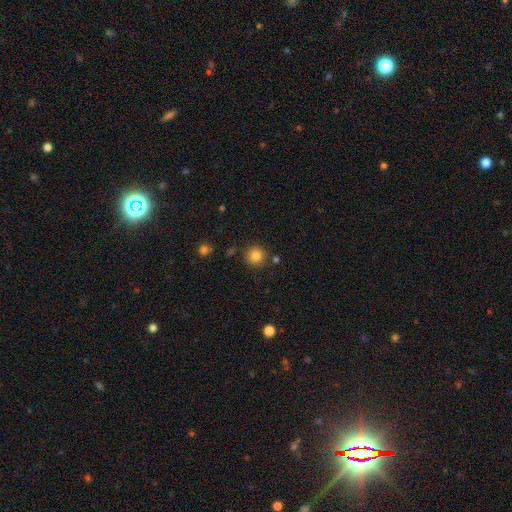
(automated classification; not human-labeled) Morphology: type=smooth (83%); roundness=round (93%); merging=none (85%).